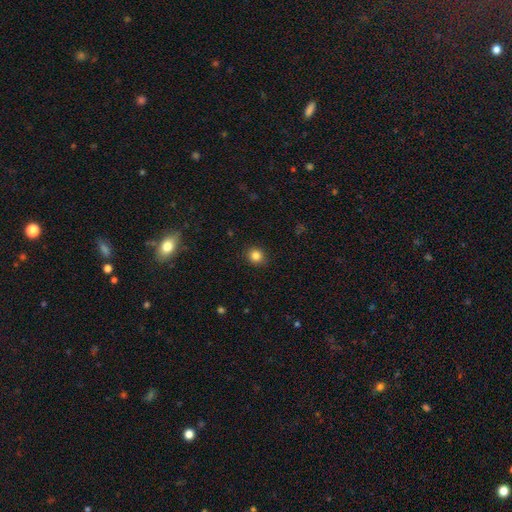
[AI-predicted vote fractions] This is clearly a smooth galaxy (84%). How rounded: clearly round (84%). Merging: clearly none (90%).